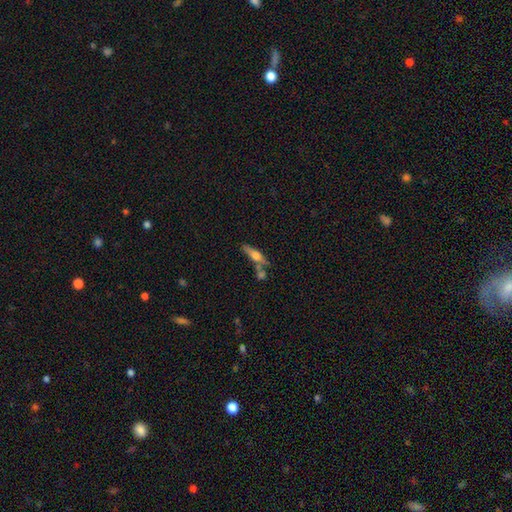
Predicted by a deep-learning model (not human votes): Smooth or featured: smooth — 48% (featured or disk — 44%)
Merging: none — 56% (merger — 23%)